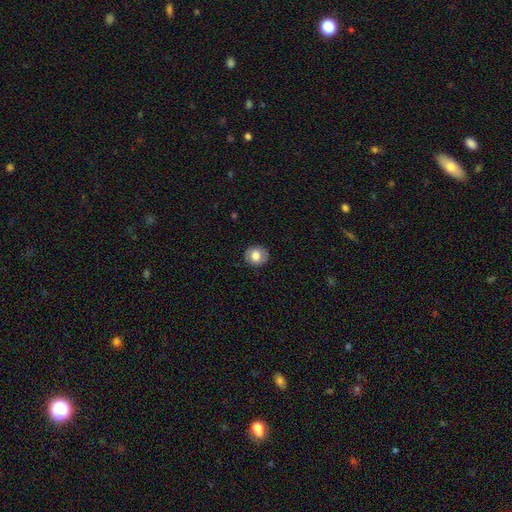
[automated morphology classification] type=smooth (76%); roundness=round (77%); merging=none (86%).